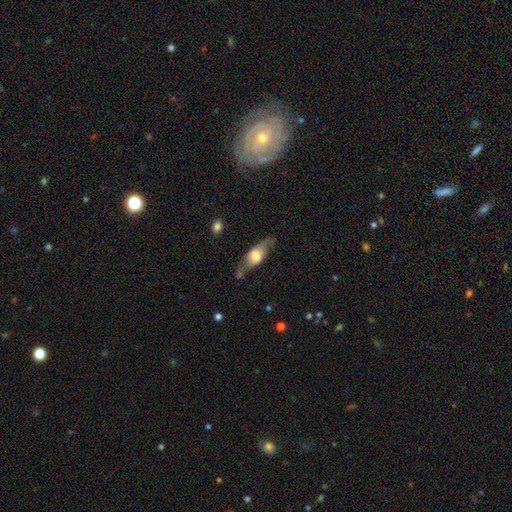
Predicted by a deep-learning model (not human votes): A featured or disk galaxy (55%) viewed edge-on (57%).

Vote fractions:
- Smooth or featured? featured or disk: 55% / smooth: 38% / star or artifact: 6%
- Edge-on disk? yes: 57% / no: 43%
- Merging? none: 62% / minor disturbance: 23% / major disturbance: 11% / merger: 4%